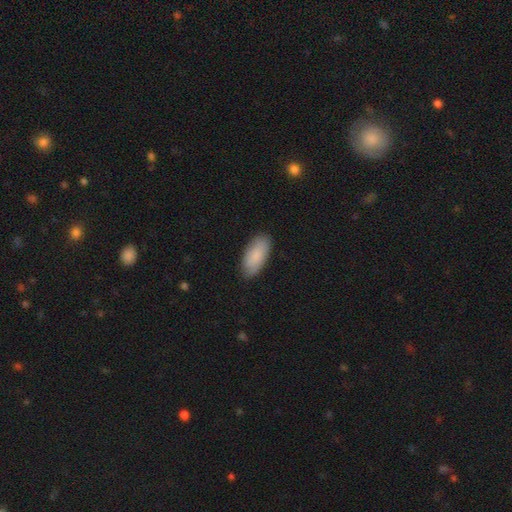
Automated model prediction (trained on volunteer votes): Overall: smooth (85%). How rounded: in between (89%). Merging: none (84%).